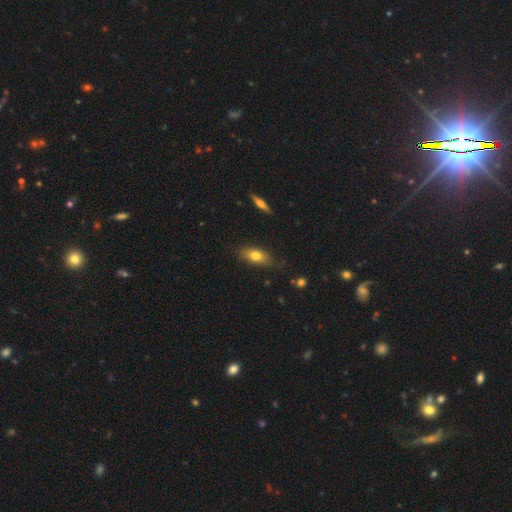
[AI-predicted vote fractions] This is likely a smooth galaxy (75%). How rounded: likely in between (78%). Merging: likely none (78%).